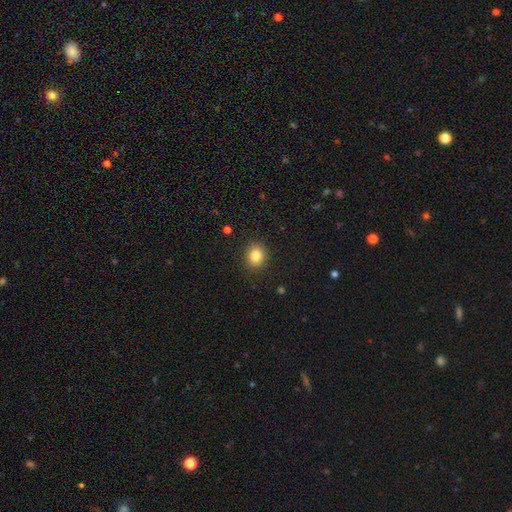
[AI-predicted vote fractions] A smooth galaxy with no disk features (83%) that is round (70%).

Vote fractions:
- Smooth or featured? smooth: 83% / star or artifact: 10% / featured or disk: 6%
- How rounded? round: 70% / in between: 30% / cigar-shaped: 1%
- Merging? none: 90% / minor disturbance: 7% / major disturbance: 2% / merger: 1%